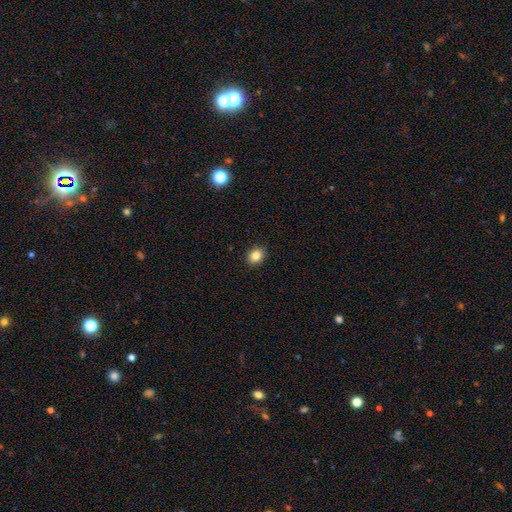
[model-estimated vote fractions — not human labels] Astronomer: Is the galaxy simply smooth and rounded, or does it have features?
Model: smooth — 85%.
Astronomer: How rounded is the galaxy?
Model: round — 62%.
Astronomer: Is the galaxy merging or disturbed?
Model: none — 91%.